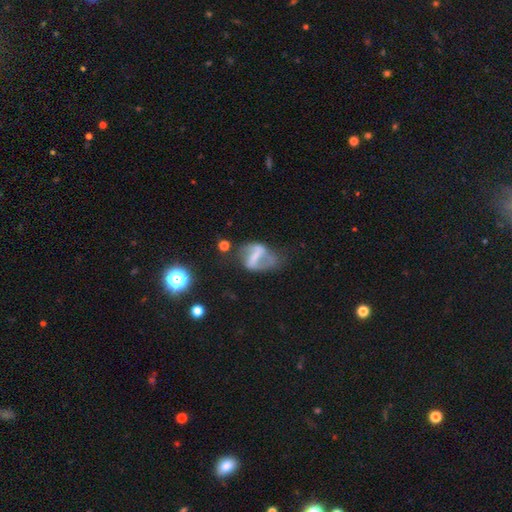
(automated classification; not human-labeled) Smooth or featured?
  - featured or disk: 71% *
  - smooth: 20%
  - star or artifact: 9%
Edge-on disk?
  - no: 95% *
  - yes: 5%
Bar?
  - strong: 67% *
  - weak: 22%
  - no: 11%
Spiral arms?
  - yes: 66% *
  - no: 34%
Bulge size?
  - none: 51% *
  - small: 26%
  - moderate: 16%
  - large: 5%
  - dominant: 2%
Merging?
  - none: 42% *
  - major disturbance: 28%
  - minor disturbance: 23%
  - merger: 7%